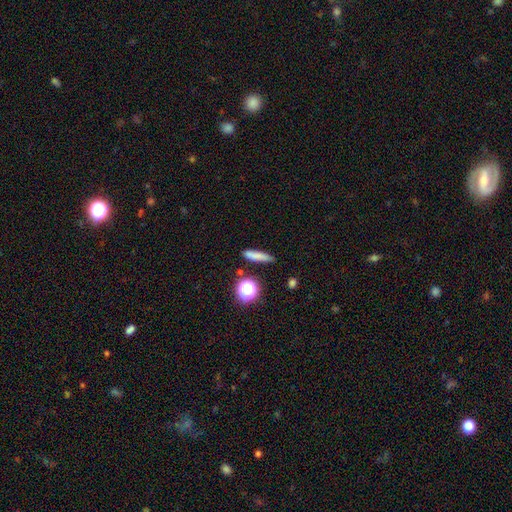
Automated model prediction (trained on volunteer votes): This appears to be a smooth galaxy with no disk features (74%) that is cigar-shaped (78%). Merging: none (78%).